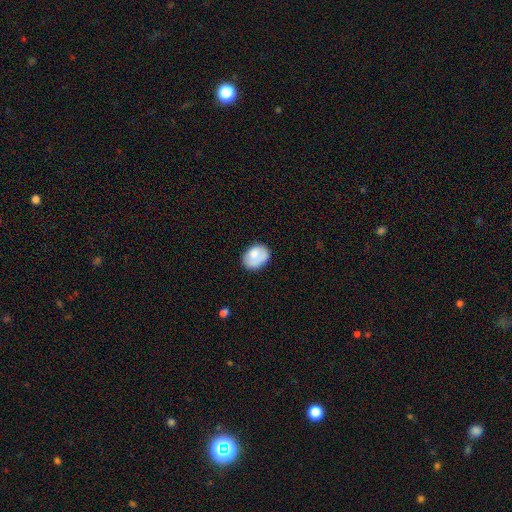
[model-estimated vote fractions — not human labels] Morphology: type=smooth (79%); roundness=in between (72%); merging=none (67%).